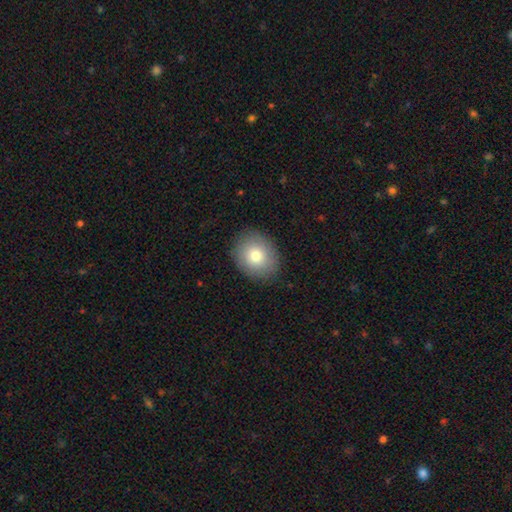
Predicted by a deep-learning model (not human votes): Smooth or featured?
  - smooth: 79% *
  - featured or disk: 13%
  - star or artifact: 9%
How rounded?
  - round: 59% *
  - in between: 40%
  - cigar-shaped: 1%
Merging?
  - none: 88% *
  - minor disturbance: 9%
  - major disturbance: 3%
  - merger: 1%